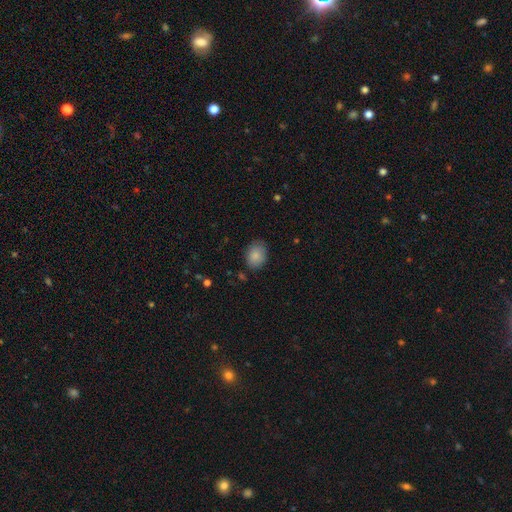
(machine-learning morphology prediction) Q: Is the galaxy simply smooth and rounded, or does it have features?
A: smooth — 86%.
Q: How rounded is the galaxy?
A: in between — 68%.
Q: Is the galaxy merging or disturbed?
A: none — 81%.